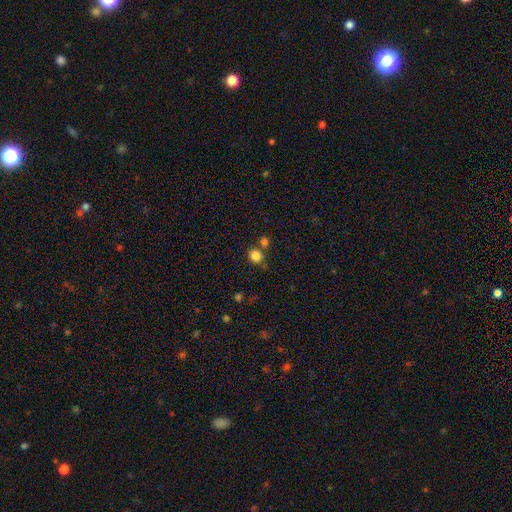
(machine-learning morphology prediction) smooth_or_featured: smooth (p=0.83) [alt: star or artifact p=0.12]
how_rounded: round (p=0.72) [alt: in between p=0.27]
merging: none (p=0.68) [alt: merger p=0.18]